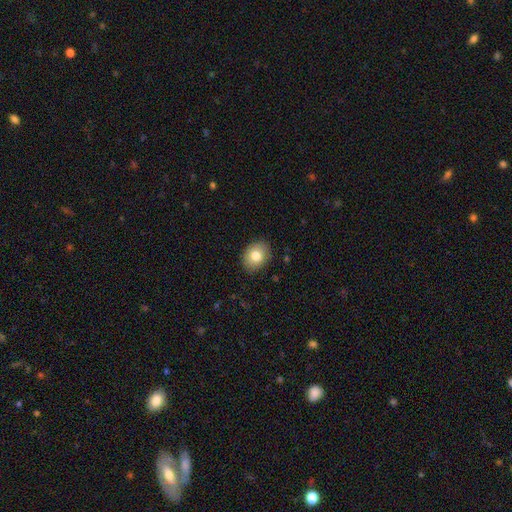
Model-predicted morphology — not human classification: smooth 80%, featured or disk 11%, star or artifact 8%. Down the decision tree: how rounded — in between (55%); merging — none (87%).